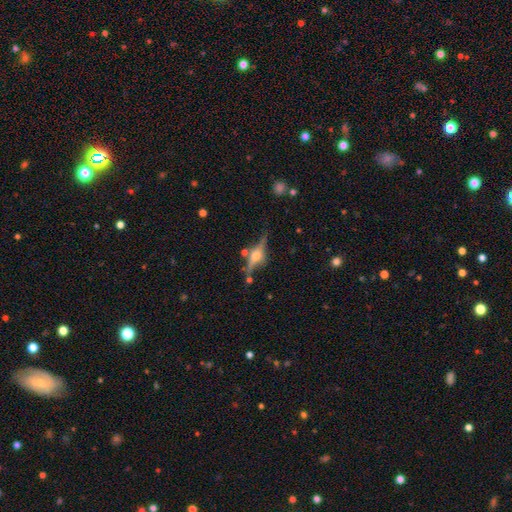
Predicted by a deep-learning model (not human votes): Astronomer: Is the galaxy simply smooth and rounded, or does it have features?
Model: featured or disk — 80%.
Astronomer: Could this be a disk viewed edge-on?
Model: yes — 94%.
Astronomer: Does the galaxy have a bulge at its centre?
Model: rounded — 93%.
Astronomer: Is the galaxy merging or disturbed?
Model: none — 75%.